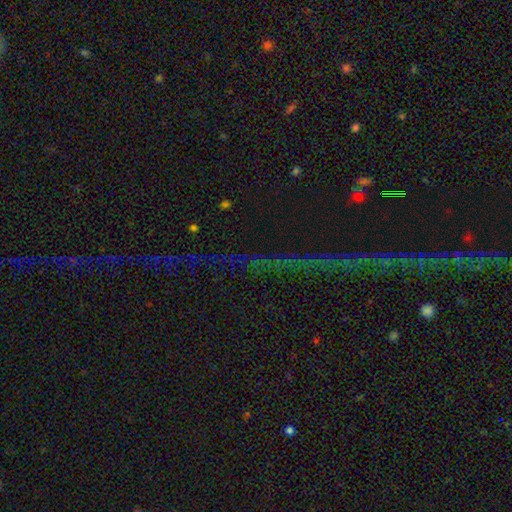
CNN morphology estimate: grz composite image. It shows a star or artifact, not a galaxy (74%).